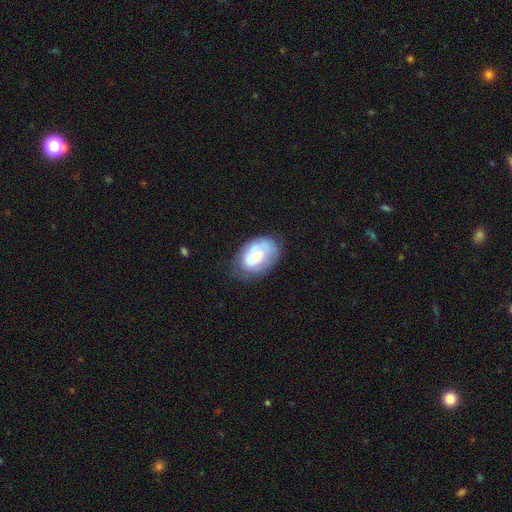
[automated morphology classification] This is possibly a smooth galaxy (53%). How rounded: clearly in between (82%). Merging: likely none (62%).